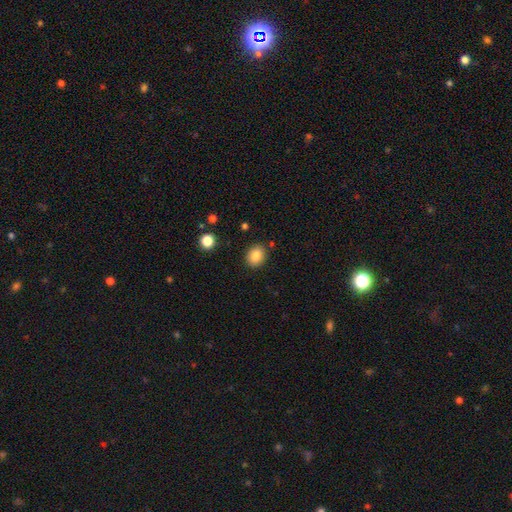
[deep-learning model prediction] smooth 85%, star or artifact 9%, featured or disk 6%. Down the decision tree: how rounded — round (58%); merging — none (87%).